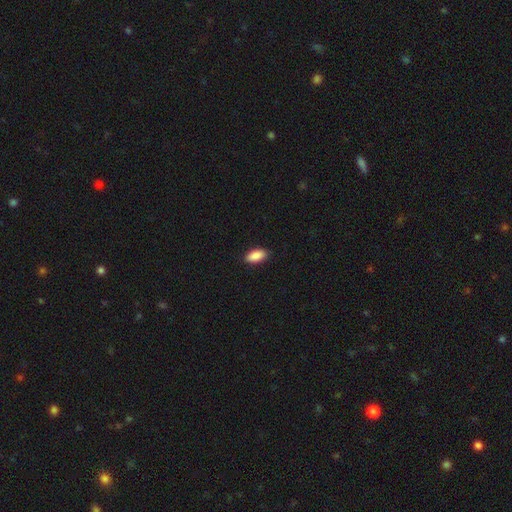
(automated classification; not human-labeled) Smooth or featured? Predicted: smooth (p=0.90). How rounded? Predicted: in between (p=0.92). Merging? Predicted: none (p=0.89).